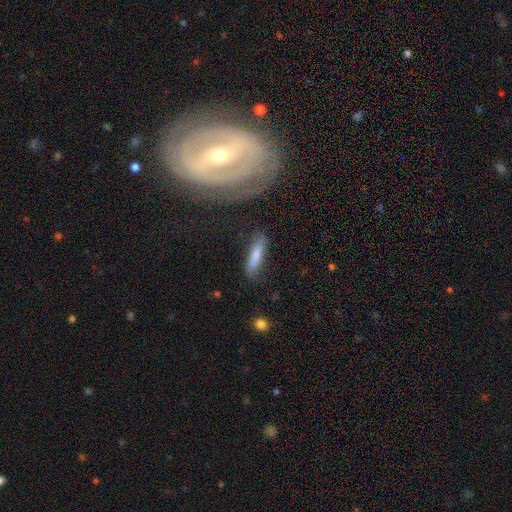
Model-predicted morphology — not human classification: Smooth or featured: smooth — 76% (featured or disk — 18%)
How rounded: cigar-shaped — 79% (in between — 19%)
Merging: none — 77% (minor disturbance — 15%)